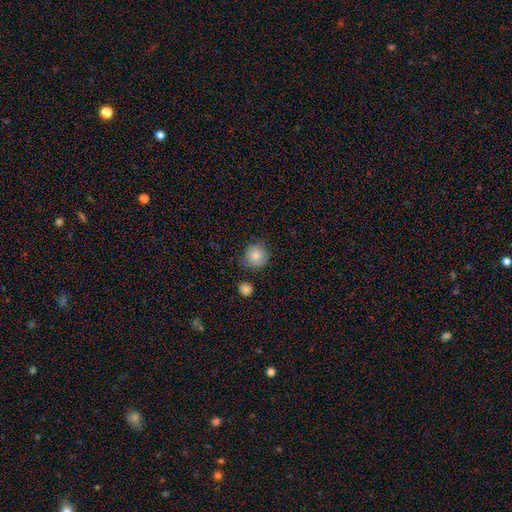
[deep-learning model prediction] This appears to be a smooth galaxy with no disk features (85%) that is round (93%). Merging: none (77%).